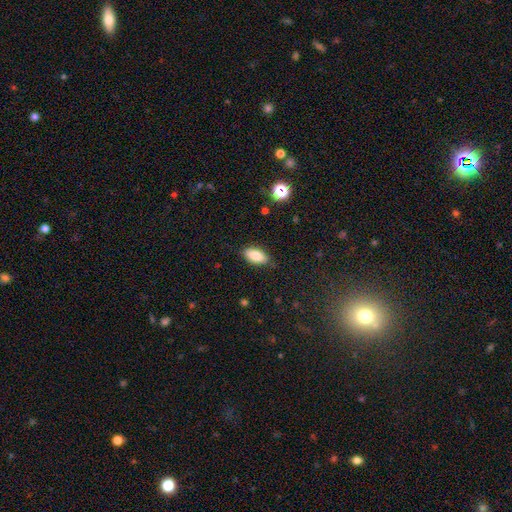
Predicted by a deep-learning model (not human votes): A smooth galaxy with no disk features (84%) that is in between round and cigar-shaped (91%). Merging: none (81%).